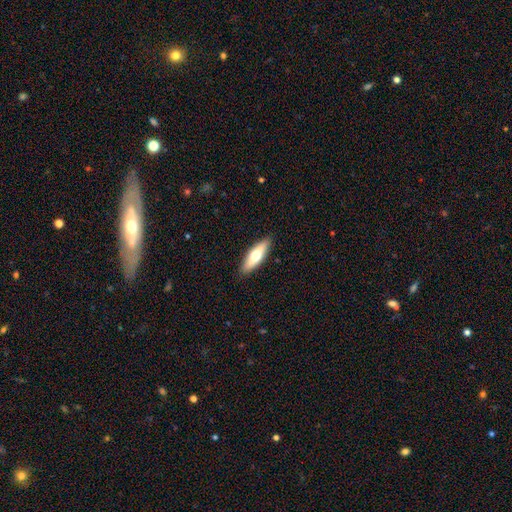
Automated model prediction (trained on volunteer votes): This appears to be a smooth galaxy with no disk features (59%) that is cigar-shaped (50%). Merging: none (89%).